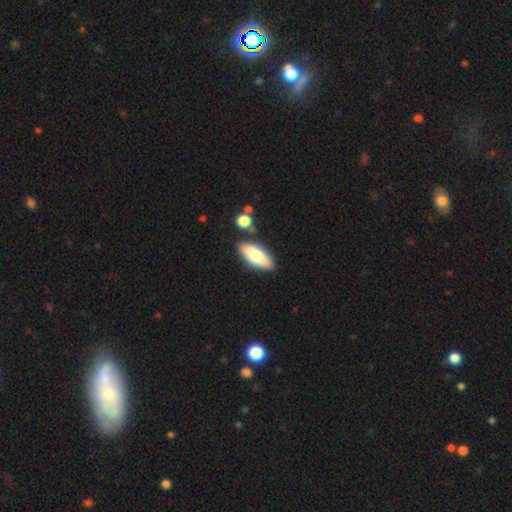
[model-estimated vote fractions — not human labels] smooth 71%, featured or disk 23%, star or artifact 6%. Down the decision tree: how rounded — in between (76%); merging — none (82%).